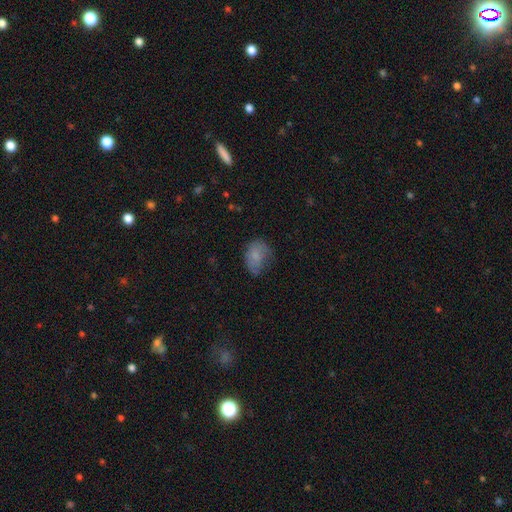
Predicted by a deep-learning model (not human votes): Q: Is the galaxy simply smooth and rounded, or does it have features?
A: smooth — 77%.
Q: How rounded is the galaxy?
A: in between — 78%.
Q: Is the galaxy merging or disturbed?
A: none — 48%.